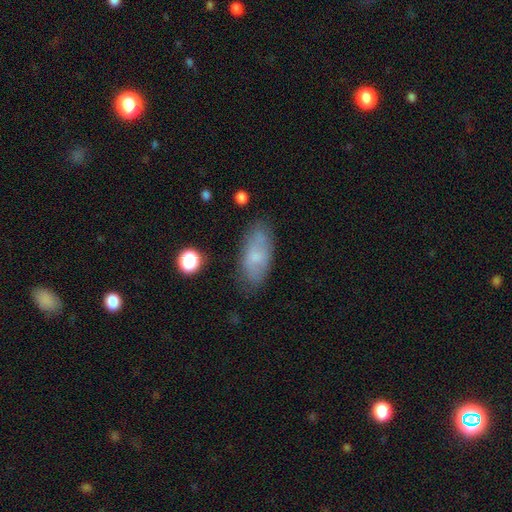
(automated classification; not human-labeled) smooth_or_featured: smooth (p=0.65) [alt: featured or disk p=0.27]
how_rounded: in between (p=0.87) [alt: cigar-shaped p=0.09]
merging: none (p=0.73) [alt: minor disturbance p=0.20]